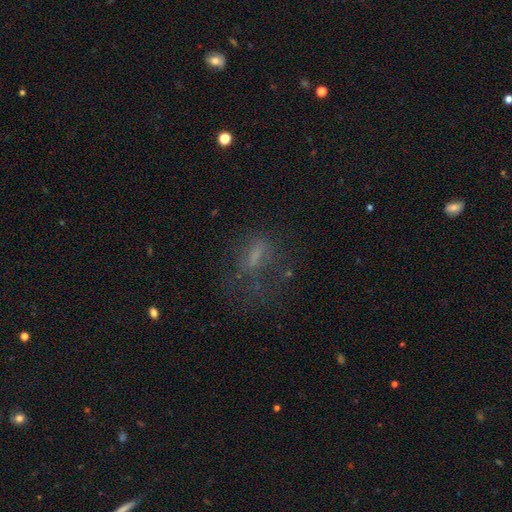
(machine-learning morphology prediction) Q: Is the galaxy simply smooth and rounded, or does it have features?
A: smooth — 45%.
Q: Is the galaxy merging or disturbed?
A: none — 41%.